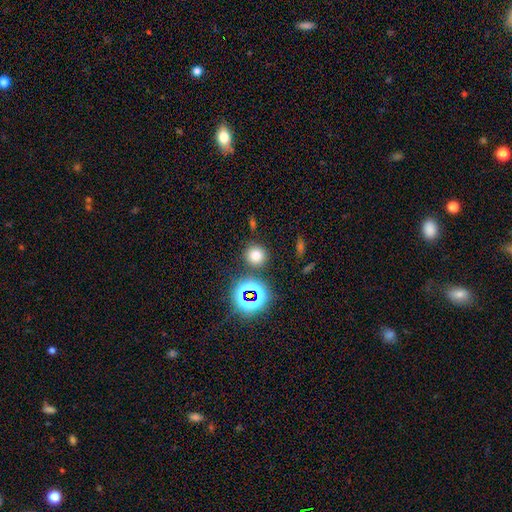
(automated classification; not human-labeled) Overall: smooth (71%). How rounded: round (89%). Merging: none (84%).